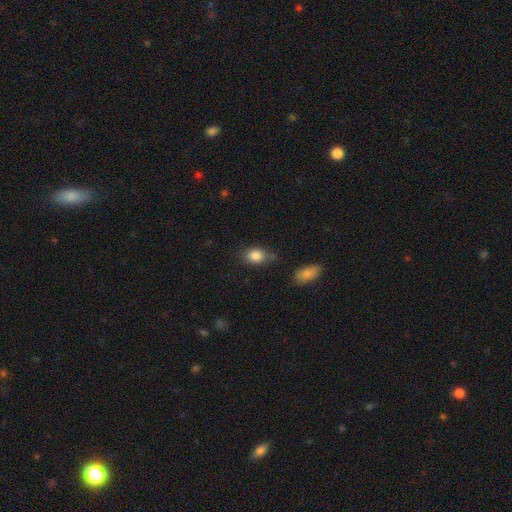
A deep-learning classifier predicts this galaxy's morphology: Overall: smooth (83%). How rounded: in between (71%). Merging: none (64%; minor disturbance 25%).